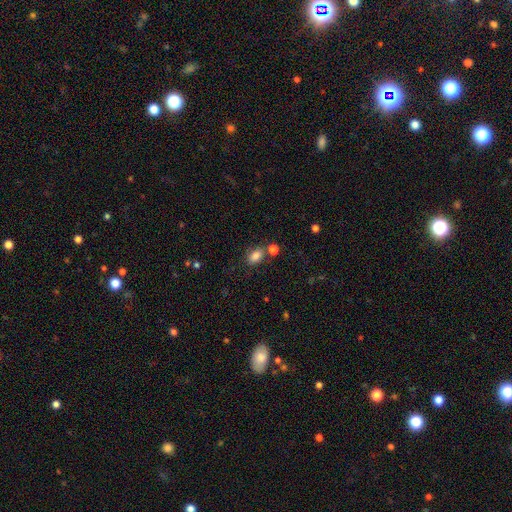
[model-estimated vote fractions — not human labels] This appears to be a smooth galaxy with no disk features (83%) that is in between round and cigar-shaped (83%). Merging: none (66%).